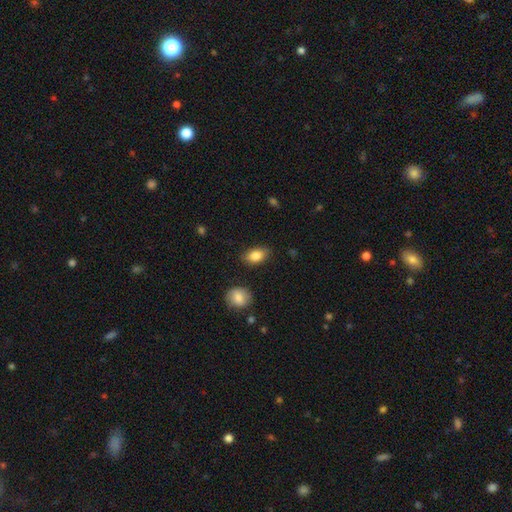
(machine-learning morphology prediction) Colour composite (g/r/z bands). It shows a smooth galaxy with no disk features (85%) that is in between round and cigar-shaped (89%). Merging: none (84%).